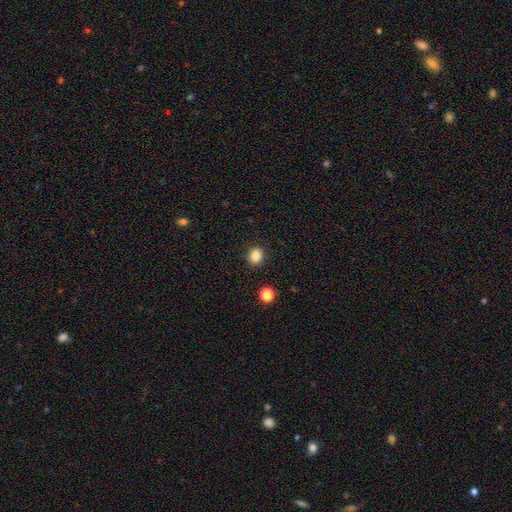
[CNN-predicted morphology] The model was most divided on "how rounded": round: 77%, in between: 23%, cigar-shaped: 1%. More confident: merging — none (89%); smooth or featured — smooth (86%).